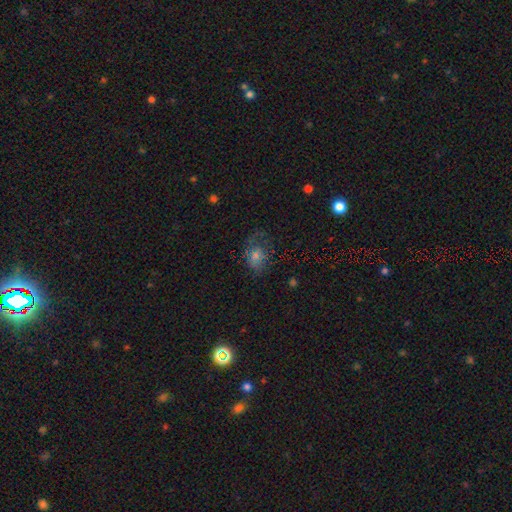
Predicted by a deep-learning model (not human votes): smooth-or-featured: featured or disk: 44% | smooth: 32% | star or artifact: 24%
  merging: none: 64% | minor disturbance: 20% | major disturbance: 14% | merger: 2%